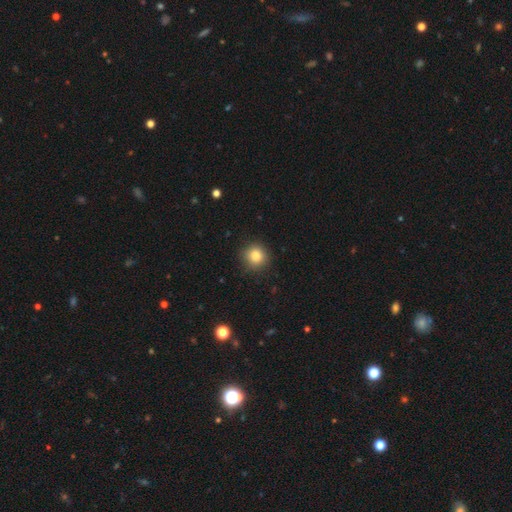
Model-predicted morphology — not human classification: Q: Smooth or featured?
A: smooth (84%); runner-up: star or artifact (11%)
Q: How rounded?
A: round (91%); runner-up: in between (8%)
Q: Merging?
A: none (88%); runner-up: minor disturbance (9%)